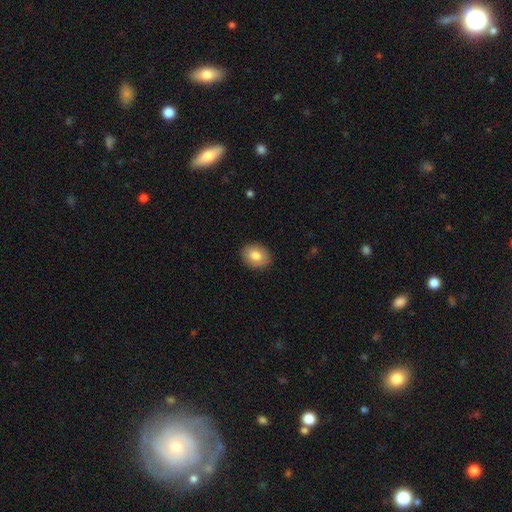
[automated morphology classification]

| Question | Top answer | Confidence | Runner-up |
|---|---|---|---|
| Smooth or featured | smooth | 81% | featured or disk (11%) |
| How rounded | in between | 52% | round (47%) |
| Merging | none | 89% | minor disturbance (8%) |